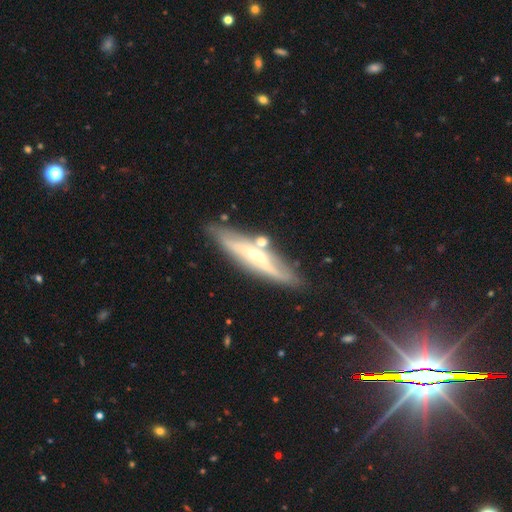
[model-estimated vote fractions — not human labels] smooth-or-featured: featured or disk: 66% | smooth: 27% | star or artifact: 7%
  disk-edge-on: yes: 74% | no: 26%
  merging: none: 68% | minor disturbance: 17% | merger: 9% | major disturbance: 5%